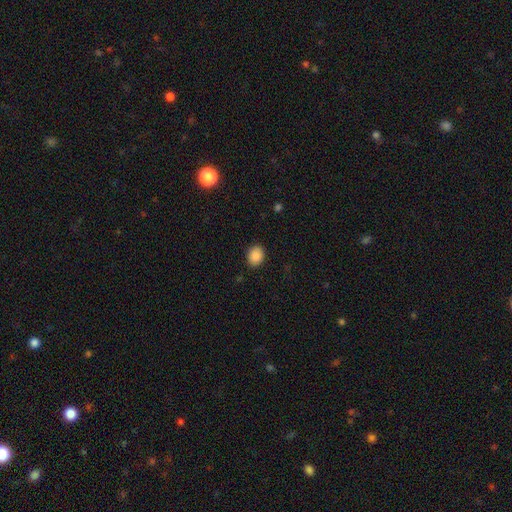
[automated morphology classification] smooth 88%, star or artifact 8%, featured or disk 4%. Down the decision tree: how rounded — in between (53%); merging — none (89%).